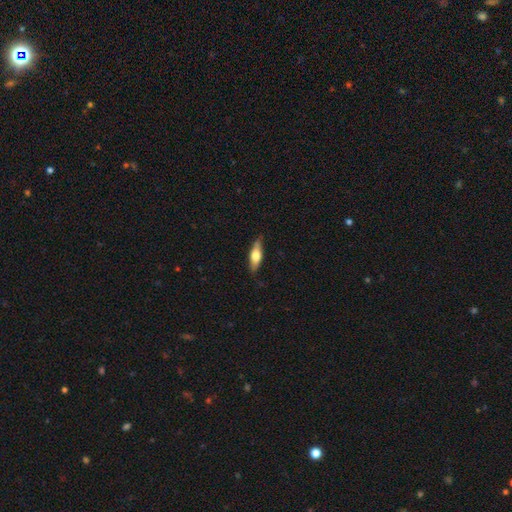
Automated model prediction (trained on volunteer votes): Morphology: type=smooth (55%); roundness=cigar-shaped (49%); merging=none (83%).